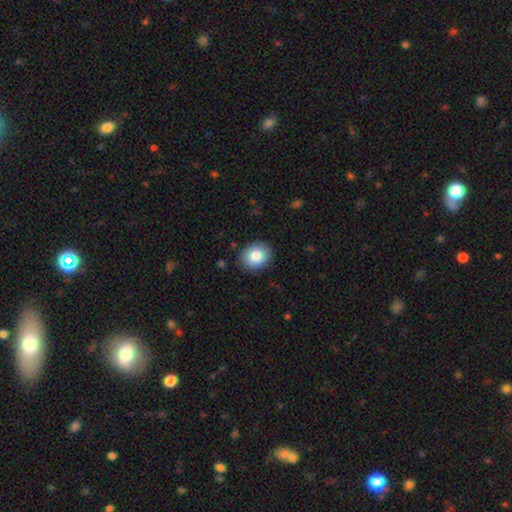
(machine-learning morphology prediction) Smooth or featured? Predicted: smooth (p=0.83). How rounded? Predicted: round (p=0.55). Merging? Predicted: none (p=0.88).